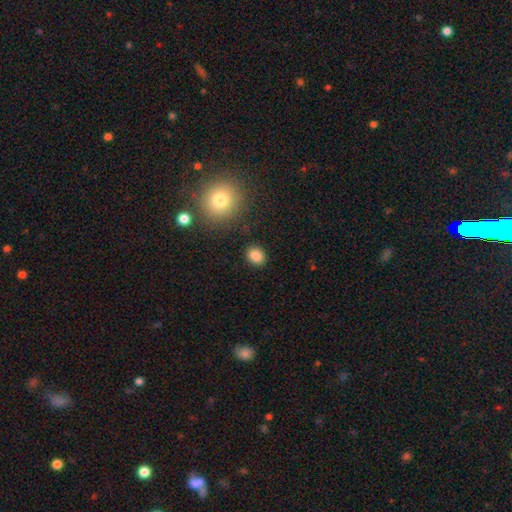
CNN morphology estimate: smooth 85%, star or artifact 10%, featured or disk 4%. Down the decision tree: how rounded — round (62%); merging — none (87%).